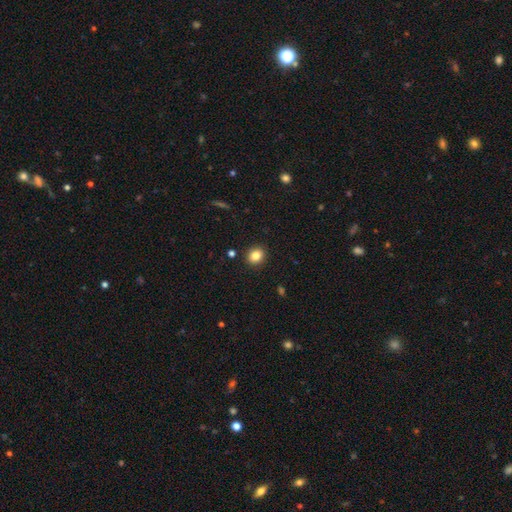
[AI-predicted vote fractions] Smooth or featured: smooth — 83% (star or artifact — 10%)
How rounded: round — 71% (in between — 28%)
Merging: none — 90% (minor disturbance — 6%)